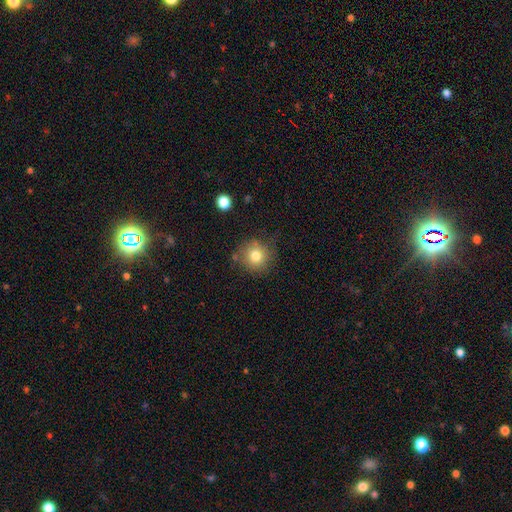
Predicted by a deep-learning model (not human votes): Smooth or featured? smooth (78%)
How rounded? round (92%)
Merging? none (76%)